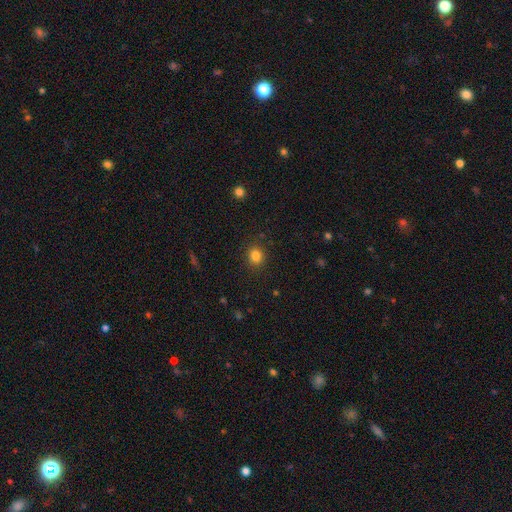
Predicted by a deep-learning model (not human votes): This appears to be a smooth galaxy with no disk features (82%) that is round (77%). Merging: none (89%).